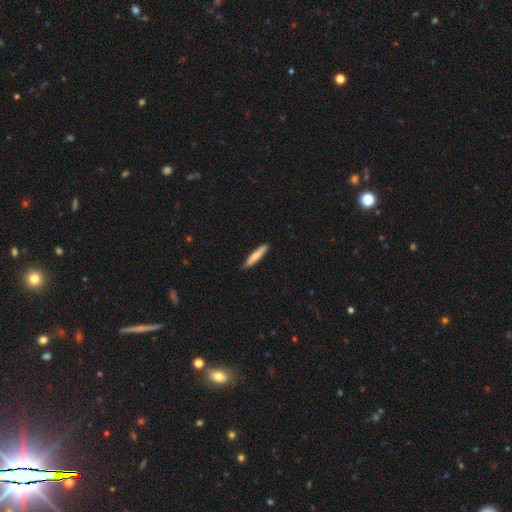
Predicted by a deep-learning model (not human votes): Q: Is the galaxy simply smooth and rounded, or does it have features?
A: smooth — 74%.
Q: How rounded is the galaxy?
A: cigar-shaped — 91%.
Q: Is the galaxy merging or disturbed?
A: none — 87%.